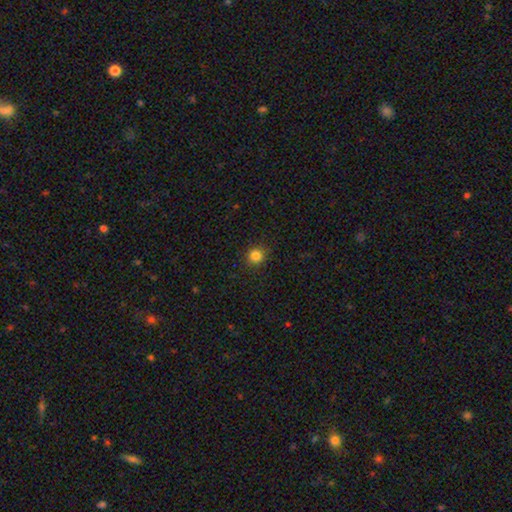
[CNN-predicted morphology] Overall: smooth (83%). How rounded: round (89%). Merging: none (90%).